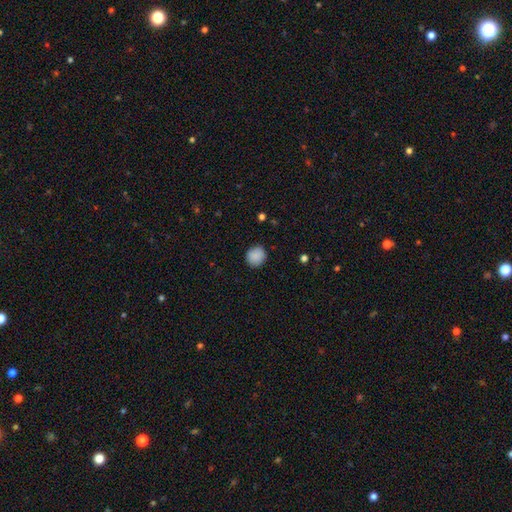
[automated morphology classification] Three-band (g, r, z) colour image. It shows a smooth galaxy with no disk features (88%) that is round (85%). Merging: none (87%).